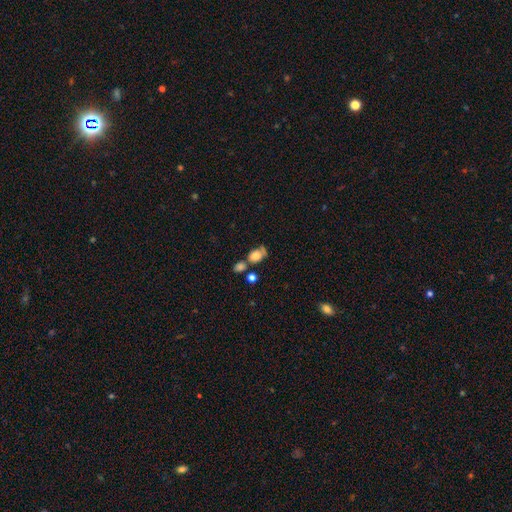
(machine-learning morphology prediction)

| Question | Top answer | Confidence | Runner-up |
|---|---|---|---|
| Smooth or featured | smooth | 74% | featured or disk (16%) |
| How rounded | in between | 66% | round (32%) |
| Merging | none | 37% | merger (30%) |